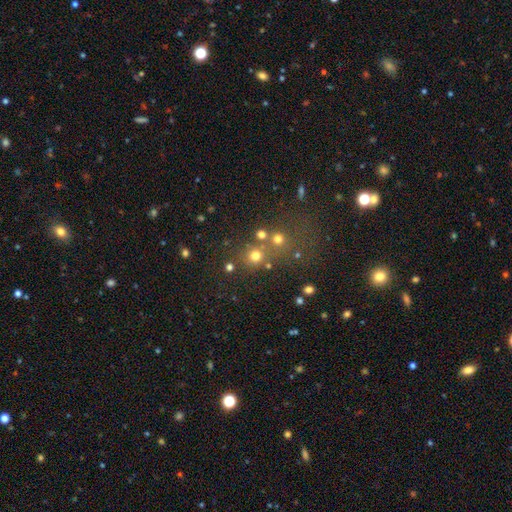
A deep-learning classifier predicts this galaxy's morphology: Smooth or featured? Predicted: smooth (p=0.70). How rounded? Predicted: round (p=0.88). Merging? Predicted: none (p=0.69).